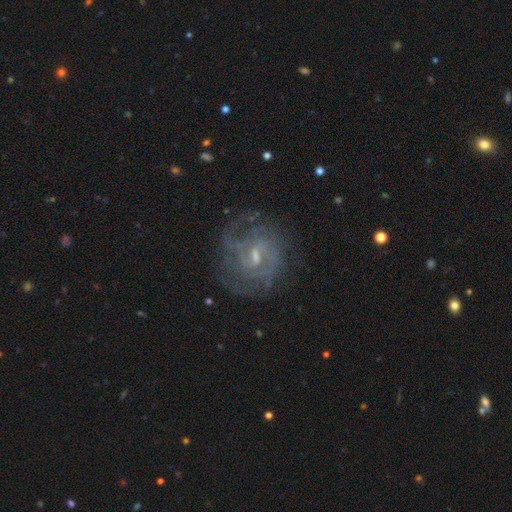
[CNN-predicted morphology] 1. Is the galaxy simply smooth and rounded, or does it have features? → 81% featured or disk, 10% smooth, 9% star or artifact.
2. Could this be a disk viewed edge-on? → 97% no, 3% yes.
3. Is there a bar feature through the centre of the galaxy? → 61% weak, 25% no, 14% strong.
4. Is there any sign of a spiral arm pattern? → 90% yes, 10% no.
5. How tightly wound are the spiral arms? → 52% tight, 37% medium, 11% loose.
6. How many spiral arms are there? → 38% can't tell, 32% 2, 15% 3, 6% 4, 5% 1, 4% more than 4.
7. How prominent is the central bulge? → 53% small, 36% moderate, 8% none, 2% large, 1% dominant.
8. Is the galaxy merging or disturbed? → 71% none, 17% minor disturbance, 11% major disturbance, 2% merger.